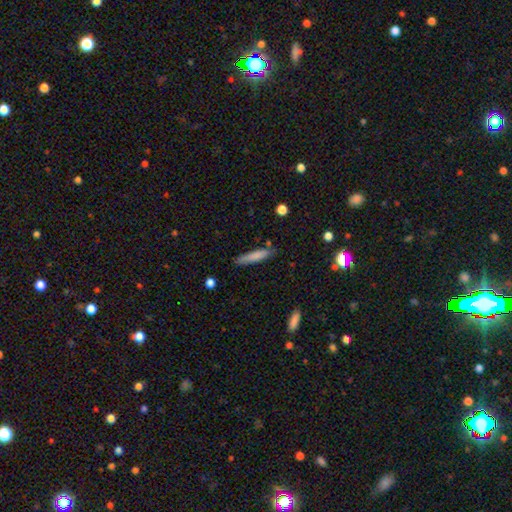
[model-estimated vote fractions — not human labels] The model was most divided on "smooth or featured": smooth: 79%, featured or disk: 15%, star or artifact: 6%. More confident: how rounded — cigar-shaped (86%); merging — none (81%).